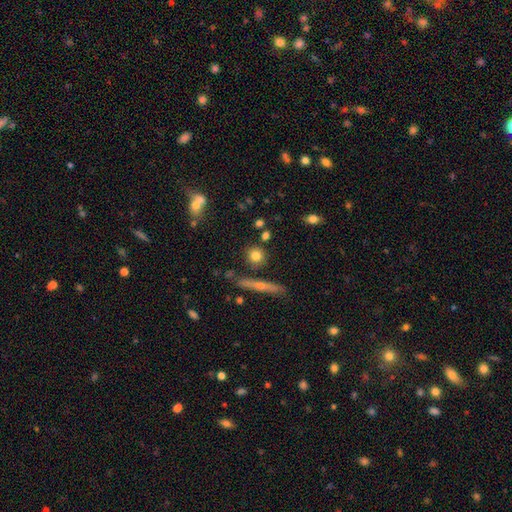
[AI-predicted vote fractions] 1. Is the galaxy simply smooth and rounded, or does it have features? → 76% smooth, 14% featured or disk, 10% star or artifact.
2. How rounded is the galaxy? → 82% round, 12% in between, 6% cigar-shaped.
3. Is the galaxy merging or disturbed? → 79% none, 10% minor disturbance, 8% merger, 3% major disturbance.